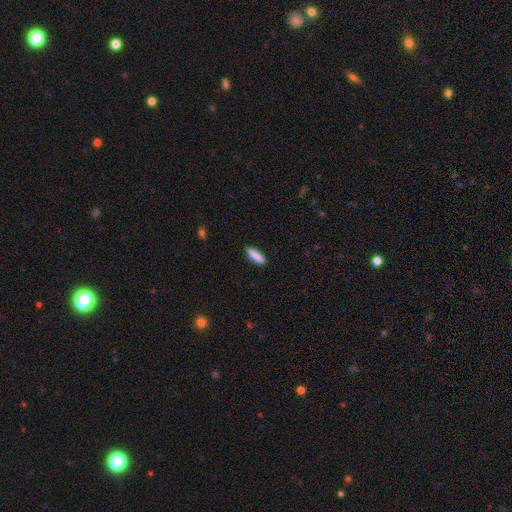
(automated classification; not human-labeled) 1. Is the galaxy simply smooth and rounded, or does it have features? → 88% smooth, 6% star or artifact, 6% featured or disk.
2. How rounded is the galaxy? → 58% cigar-shaped, 41% in between, 2% round.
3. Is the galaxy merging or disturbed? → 88% none, 9% minor disturbance, 2% major disturbance, 1% merger.